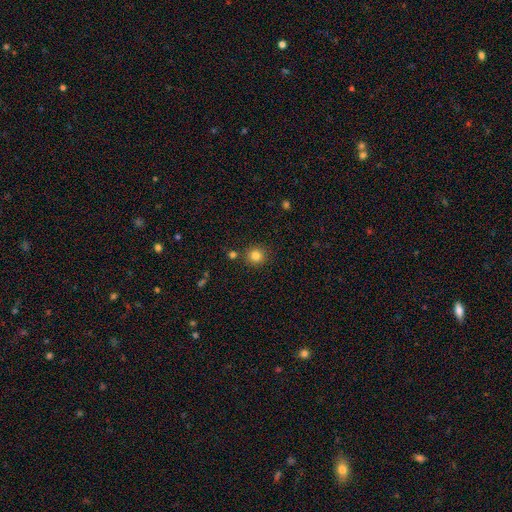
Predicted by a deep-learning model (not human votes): Smooth or featured? smooth (83%)
How rounded? round (91%)
Merging? none (85%)